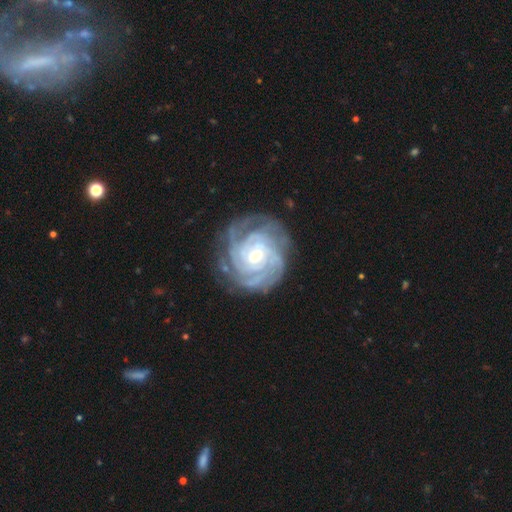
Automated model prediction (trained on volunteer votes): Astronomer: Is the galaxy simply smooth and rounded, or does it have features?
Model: featured or disk — 90%.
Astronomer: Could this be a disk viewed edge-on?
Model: no — 98%.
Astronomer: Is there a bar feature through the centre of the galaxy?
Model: no — 57% (runner-up: weak, 33%).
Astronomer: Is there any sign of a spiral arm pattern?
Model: yes — 98%.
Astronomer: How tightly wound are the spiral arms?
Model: tight — 80%.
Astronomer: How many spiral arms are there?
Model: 4 — 29% (runner-up: can't tell, 21%).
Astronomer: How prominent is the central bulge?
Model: small — 56% (runner-up: moderate, 41%).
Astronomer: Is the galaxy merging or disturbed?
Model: none — 78%.